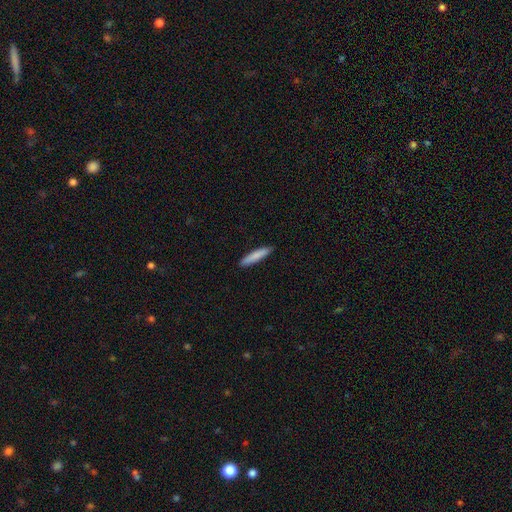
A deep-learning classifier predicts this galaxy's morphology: A smooth galaxy with no disk features (84%) that is cigar-shaped (89%). Merging: none (91%).